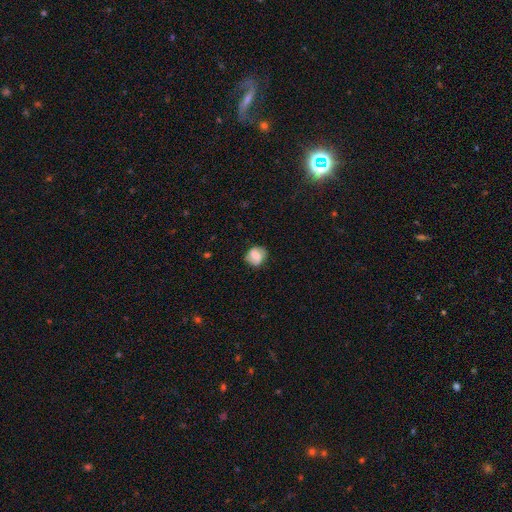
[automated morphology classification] Q: Smooth or featured?
A: smooth (52%); runner-up: featured or disk (39%)
Q: How rounded?
A: round (74%); runner-up: in between (25%)
Q: Merging?
A: none (76%); runner-up: minor disturbance (17%)